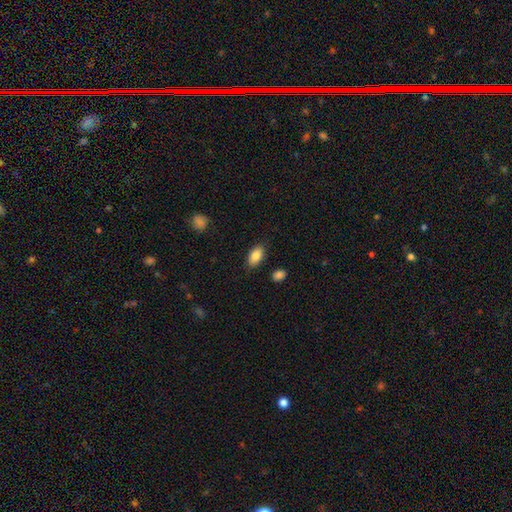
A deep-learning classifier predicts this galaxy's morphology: Smooth or featured? Predicted: smooth (p=0.86). How rounded? Predicted: in between (p=0.92). Merging? Predicted: none (p=0.85).